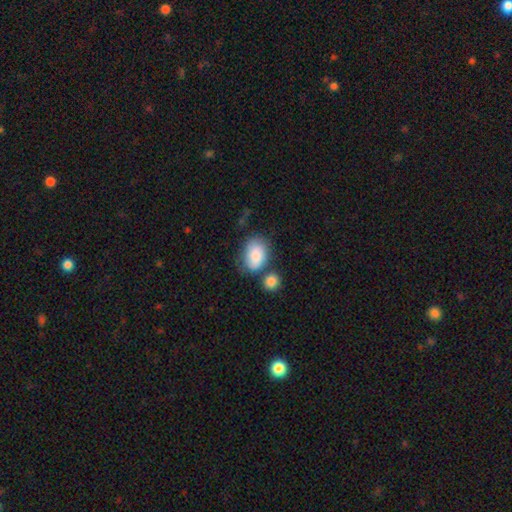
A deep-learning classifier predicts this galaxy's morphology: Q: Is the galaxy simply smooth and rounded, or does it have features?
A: smooth — 84%.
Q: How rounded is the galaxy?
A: in between — 81%.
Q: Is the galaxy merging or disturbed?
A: none — 53%.